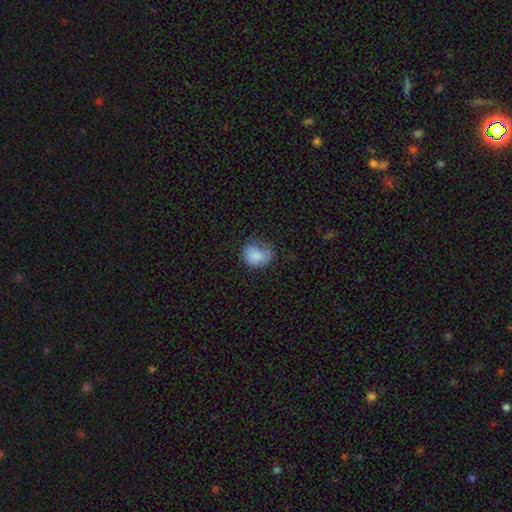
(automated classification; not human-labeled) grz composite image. It shows a smooth galaxy with no disk features (82%) that is round (51%). Merging: none (41%).